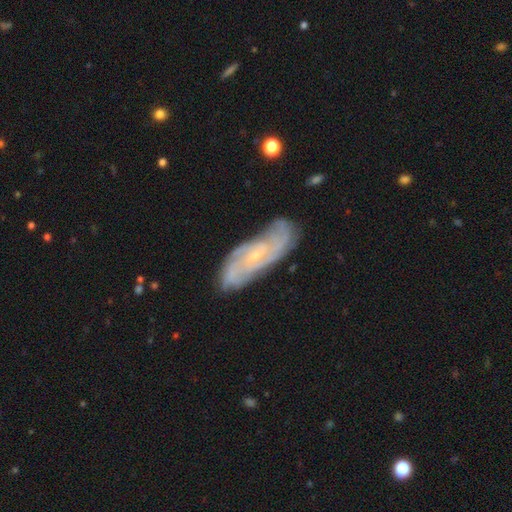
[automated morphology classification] Q: Smooth or featured?
A: featured or disk (81%); runner-up: smooth (13%)
Q: Edge-on disk?
A: no (89%); runner-up: yes (11%)
Q: Bar?
A: no (65%); runner-up: weak (29%)
Q: Spiral arms?
A: yes (95%); runner-up: no (5%)
Q: Spiral winding?
A: tight (56%); runner-up: medium (34%)
Q: Spiral arm count?
A: can't tell (32%); runner-up: 2 (28%)
Q: Bulge size?
A: small (83%); runner-up: moderate (12%)
Q: Merging?
A: none (77%); runner-up: minor disturbance (17%)